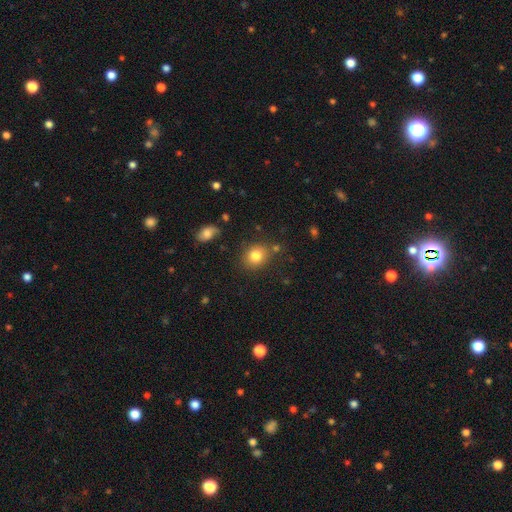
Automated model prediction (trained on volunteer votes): A smooth galaxy with no disk features (81%) that is round (67%). Merging: none (81%).